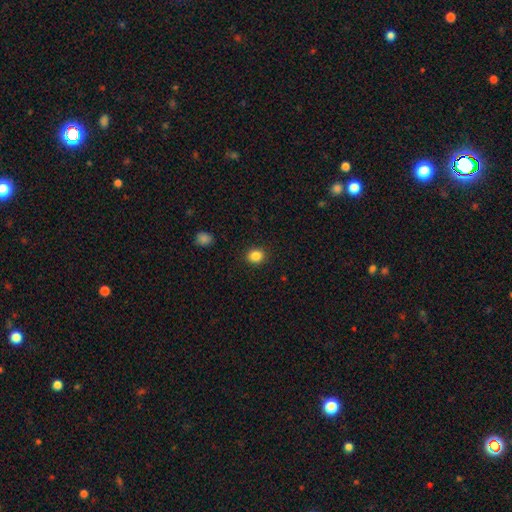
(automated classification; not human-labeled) Overall: smooth (86%). How rounded: round (77%). Merging: none (91%).